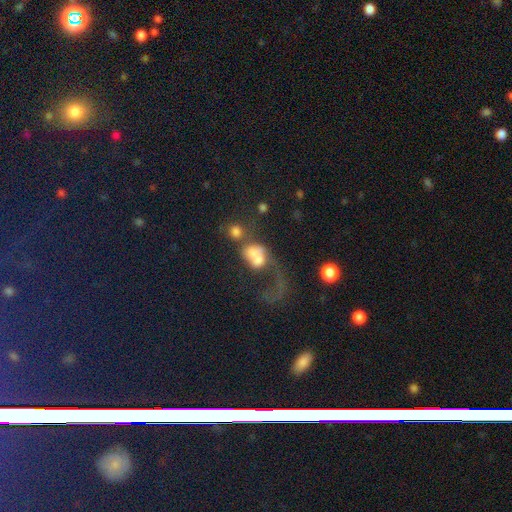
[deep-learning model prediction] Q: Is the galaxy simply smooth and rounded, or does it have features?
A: smooth — 52%.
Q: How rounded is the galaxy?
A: in between — 54%.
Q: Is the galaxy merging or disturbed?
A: merger — 56%.